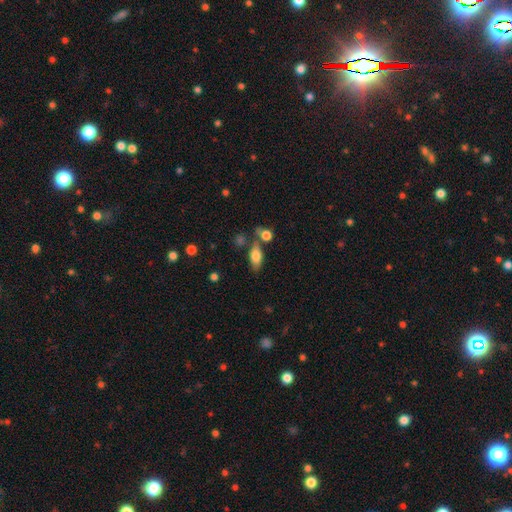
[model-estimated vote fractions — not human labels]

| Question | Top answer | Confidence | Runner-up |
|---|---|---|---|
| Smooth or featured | smooth | 76% | featured or disk (16%) |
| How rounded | in between | 81% | cigar-shaped (14%) |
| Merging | none | 63% | merger (16%) |